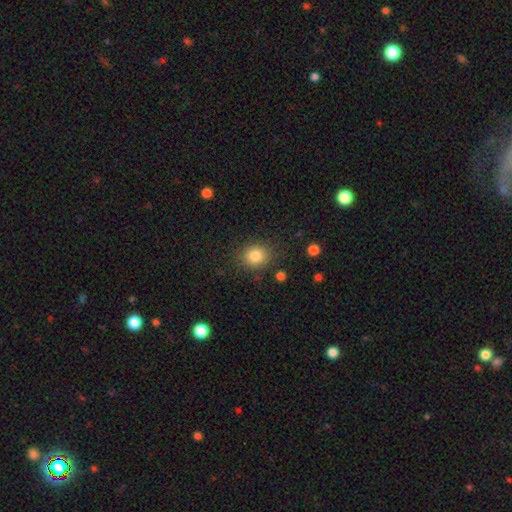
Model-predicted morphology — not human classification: Smooth or featured: smooth — 83% (star or artifact — 10%)
How rounded: round — 75% (in between — 24%)
Merging: none — 84% (minor disturbance — 11%)